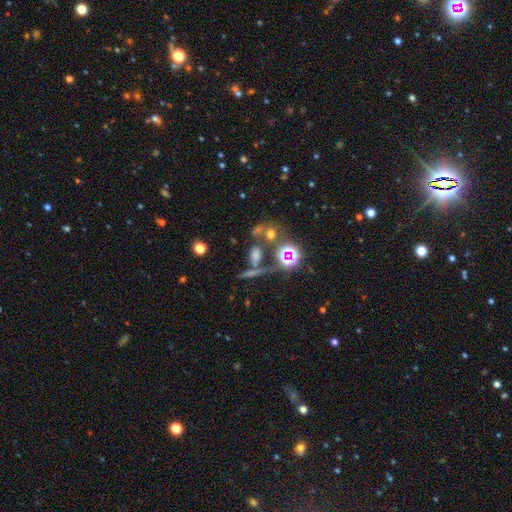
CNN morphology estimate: Smooth or featured?
  - smooth: 41% *
  - star or artifact: 36%
  - featured or disk: 23%
Merging?
  - none: 54% *
  - merger: 25%
  - minor disturbance: 12%
  - major disturbance: 9%